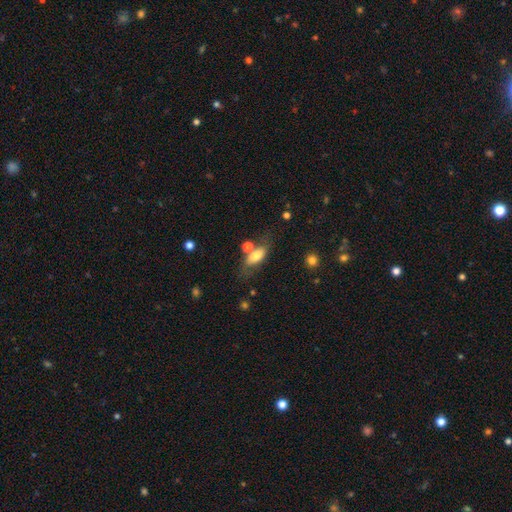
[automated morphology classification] Q: Smooth or featured?
A: smooth (71%); runner-up: featured or disk (21%)
Q: How rounded?
A: in between (79%); runner-up: cigar-shaped (16%)
Q: Merging?
A: none (56%); runner-up: minor disturbance (19%)